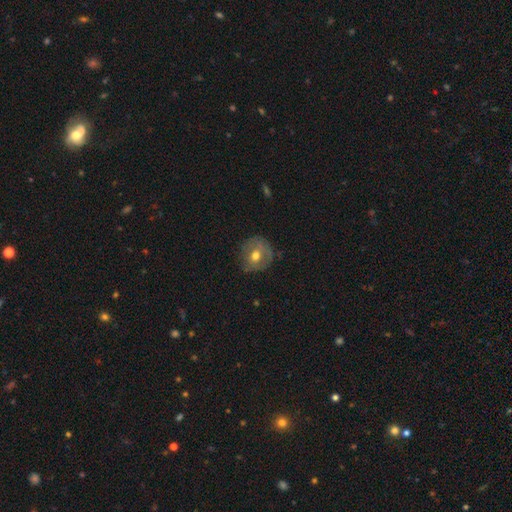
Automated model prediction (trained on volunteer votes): Smooth or featured? smooth (55%)
How rounded? round (86%)
Merging? none (70%)